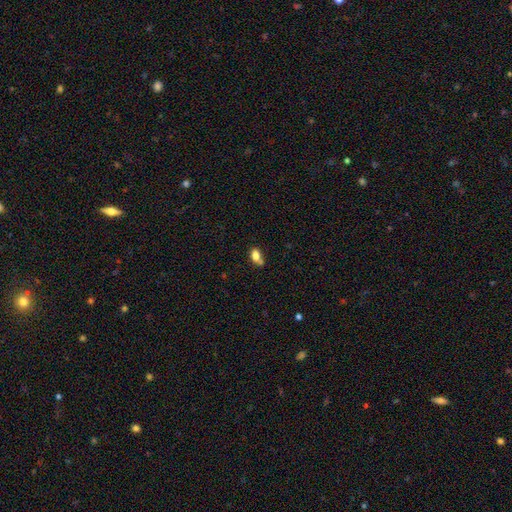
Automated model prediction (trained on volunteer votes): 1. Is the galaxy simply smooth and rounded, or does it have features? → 79% smooth, 11% star or artifact, 10% featured or disk.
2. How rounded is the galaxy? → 76% in between, 21% round, 2% cigar-shaped.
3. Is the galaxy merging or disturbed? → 47% none, 28% merger, 19% minor disturbance, 6% major disturbance.